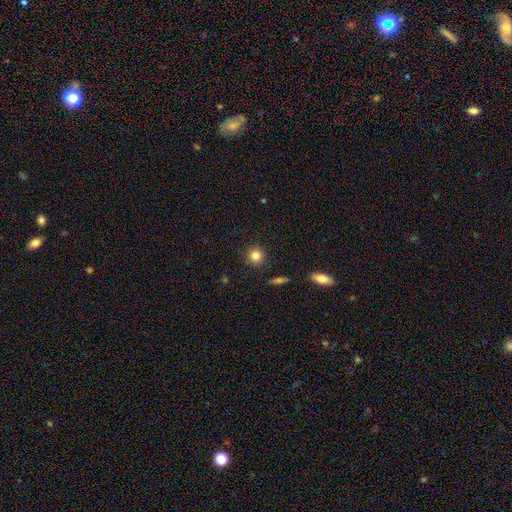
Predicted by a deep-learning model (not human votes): smooth-or-featured: smooth: 83% | star or artifact: 11% | featured or disk: 7%
  how-rounded: round: 92% | in between: 6% | cigar-shaped: 1%
  merging: none: 90% | minor disturbance: 7% | major disturbance: 2% | merger: 2%